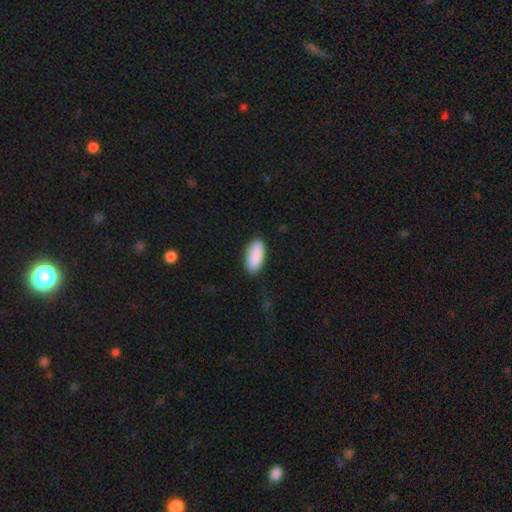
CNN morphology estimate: Overall: smooth (90%). How rounded: in between (86%). Merging: none (86%).